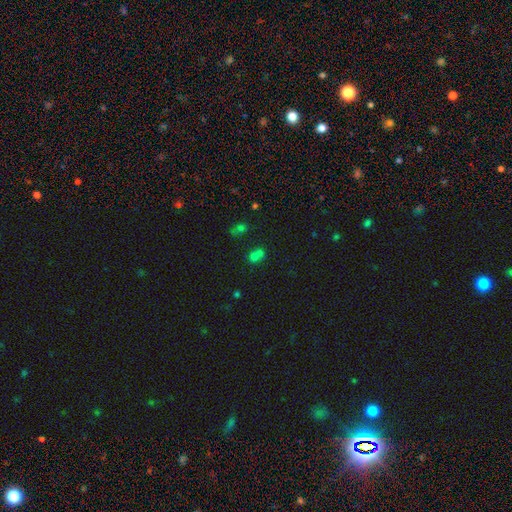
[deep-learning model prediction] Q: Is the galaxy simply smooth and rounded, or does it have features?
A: smooth — 64%.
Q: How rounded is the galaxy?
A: round — 73%.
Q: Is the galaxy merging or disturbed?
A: merger — 54%.